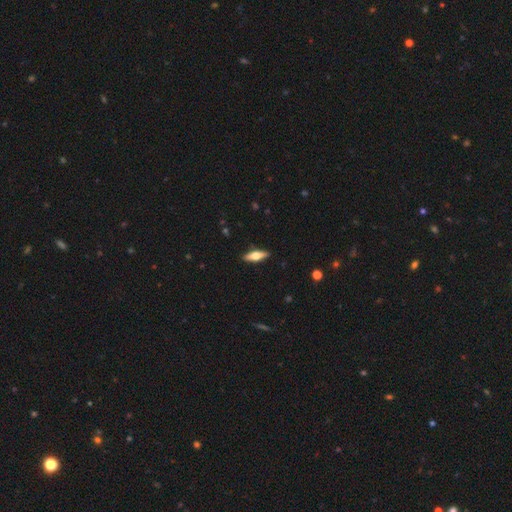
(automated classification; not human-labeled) Morphology: type=smooth (47%, tied with featured or disk); merging=none (90%).